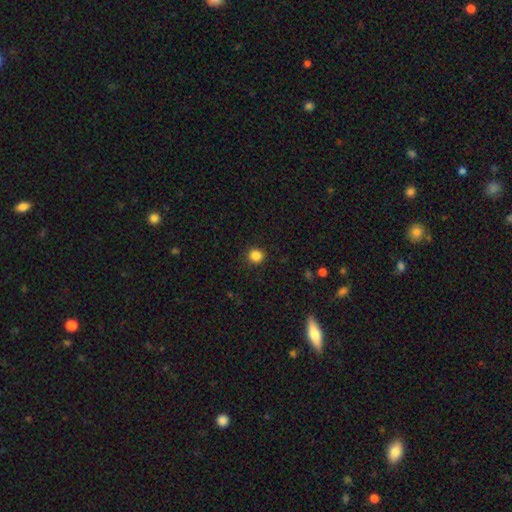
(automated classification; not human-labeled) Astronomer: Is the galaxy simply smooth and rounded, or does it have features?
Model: smooth — 86%.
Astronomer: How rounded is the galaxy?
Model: round — 91%.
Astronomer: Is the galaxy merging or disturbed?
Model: none — 90%.